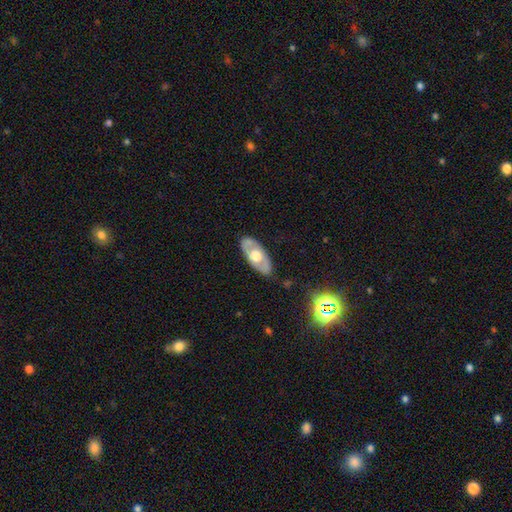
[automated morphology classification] Smooth or featured: featured or disk — 56% (smooth — 40%)
Edge-on disk: no — 78% (yes — 22%)
Merging: none — 83% (minor disturbance — 12%)